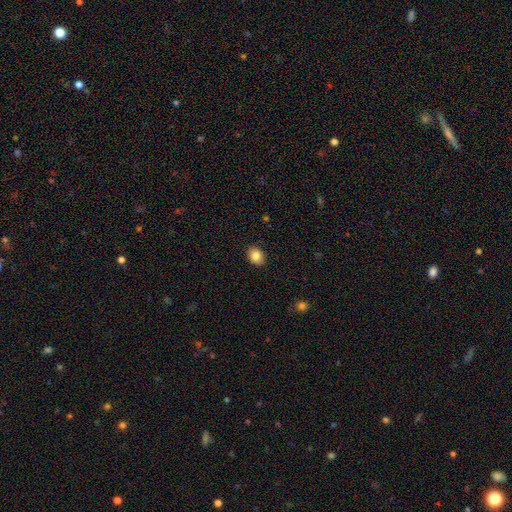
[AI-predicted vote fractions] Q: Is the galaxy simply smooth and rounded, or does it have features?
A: smooth — 85%.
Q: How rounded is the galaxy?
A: in between — 59%.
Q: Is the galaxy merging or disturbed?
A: none — 90%.